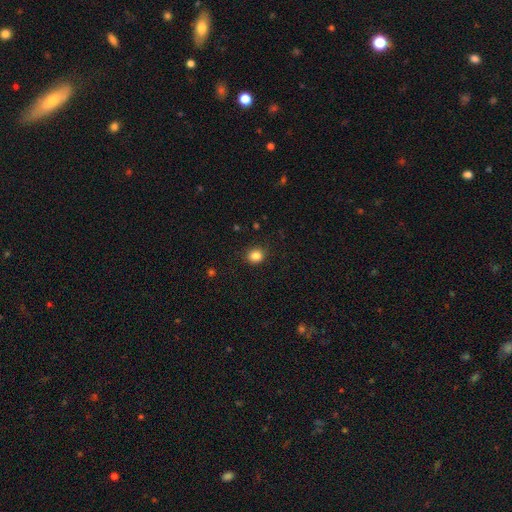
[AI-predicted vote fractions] This is clearly a smooth galaxy (85%). How rounded: likely round (79%). Merging: clearly none (89%).